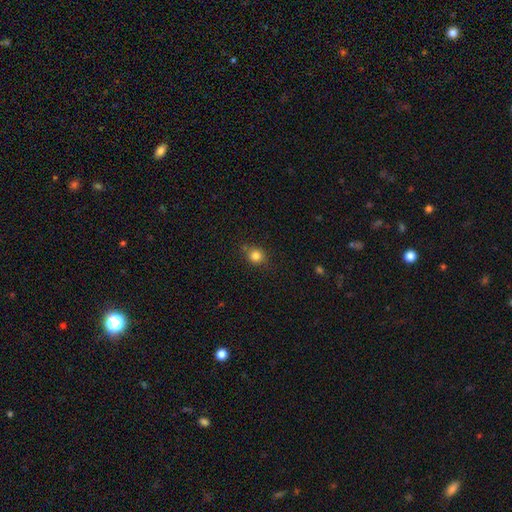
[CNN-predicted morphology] smooth-or-featured: smooth: 82% | star or artifact: 12% | featured or disk: 6%
  how-rounded: round: 78% | in between: 21% | cigar-shaped: 1%
  merging: none: 78% | minor disturbance: 15% | merger: 4% | major disturbance: 3%